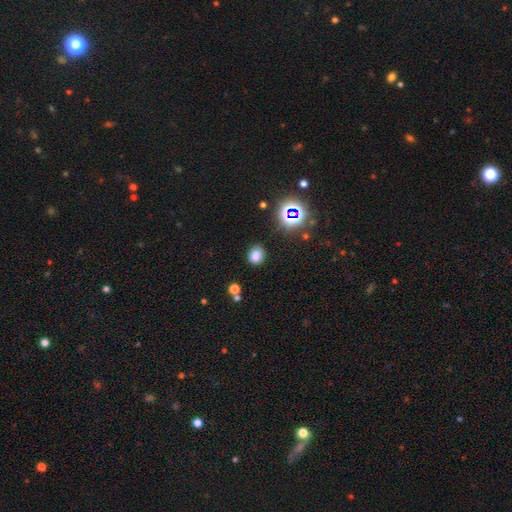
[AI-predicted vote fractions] Overall: smooth (76%). How rounded: round (65%; in between 34%). Merging: none (84%).